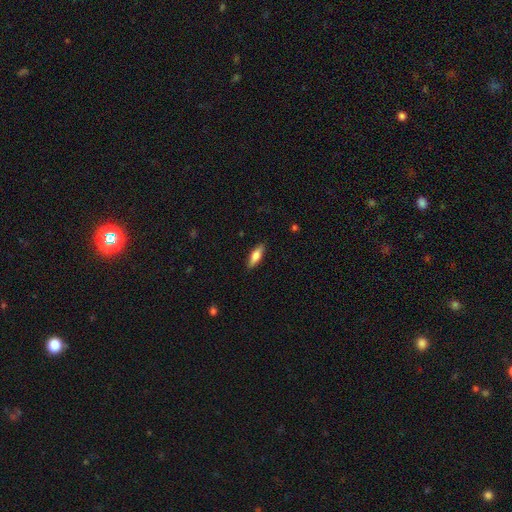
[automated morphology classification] smooth-or-featured: smooth: 70% | featured or disk: 24% | star or artifact: 6%
  how-rounded: in between: 53% | cigar-shaped: 45% | round: 2%
  merging: none: 88% | minor disturbance: 9% | major disturbance: 2% | merger: 1%